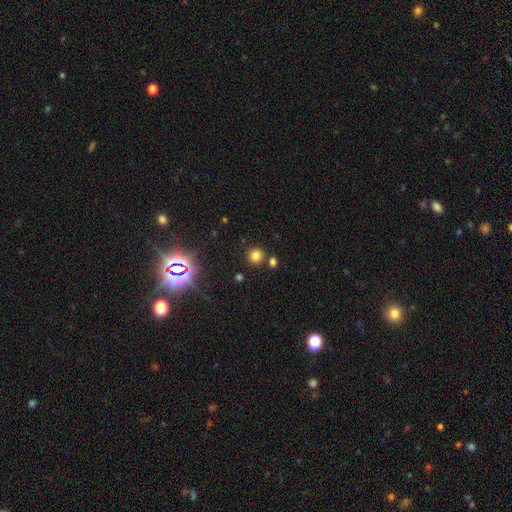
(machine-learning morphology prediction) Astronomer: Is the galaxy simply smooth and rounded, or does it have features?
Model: smooth — 77%.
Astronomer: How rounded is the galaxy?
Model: round — 90%.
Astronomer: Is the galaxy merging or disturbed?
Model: none — 80%.